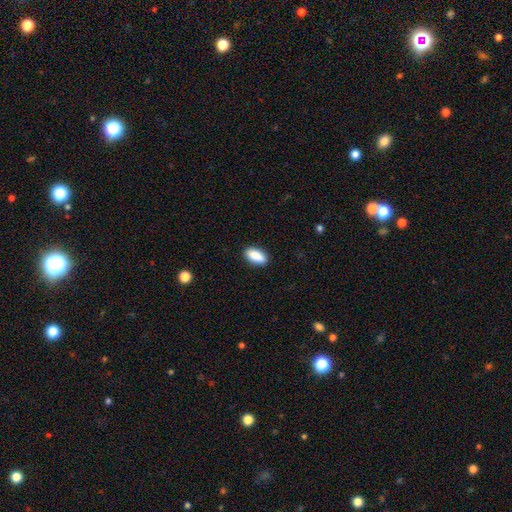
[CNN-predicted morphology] smooth 89%, star or artifact 7%, featured or disk 5%. Down the decision tree: how rounded — in between (88%); merging — none (88%).